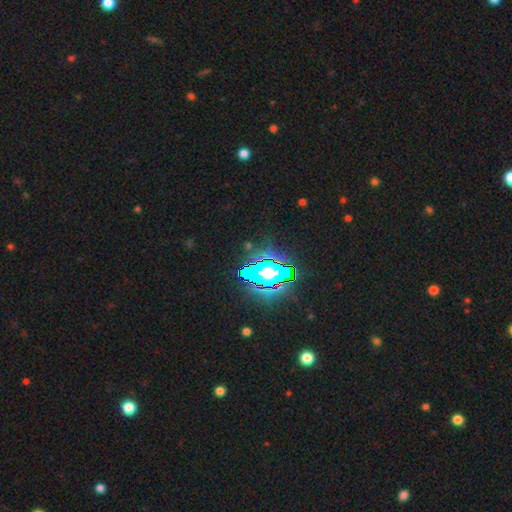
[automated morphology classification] smooth_or_featured: star or artifact (p=0.86) [alt: smooth p=0.08]